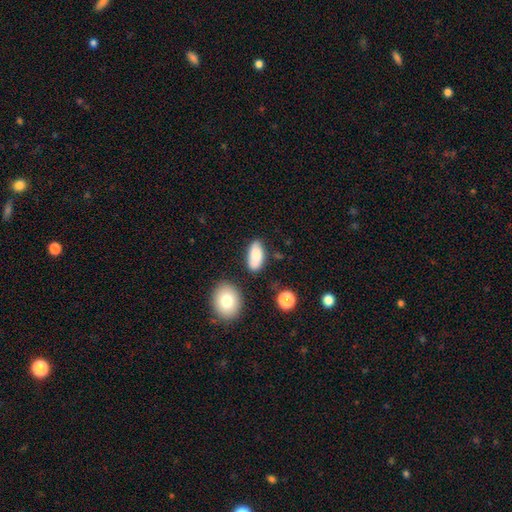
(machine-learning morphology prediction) type=smooth (77%); roundness=in between (91%); merging=none (73%).